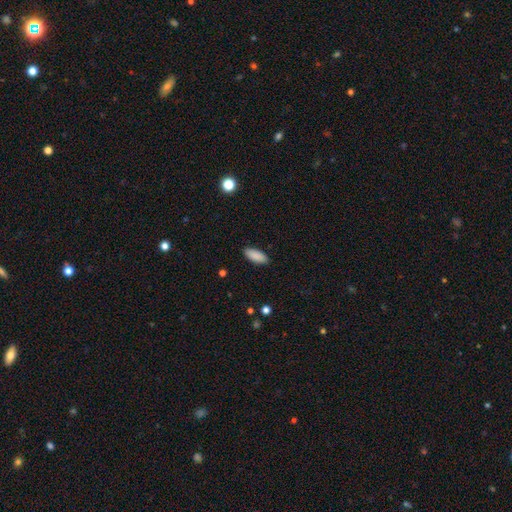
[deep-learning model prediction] Overall: smooth (90%). How rounded: in between (84%). Merging: none (89%).